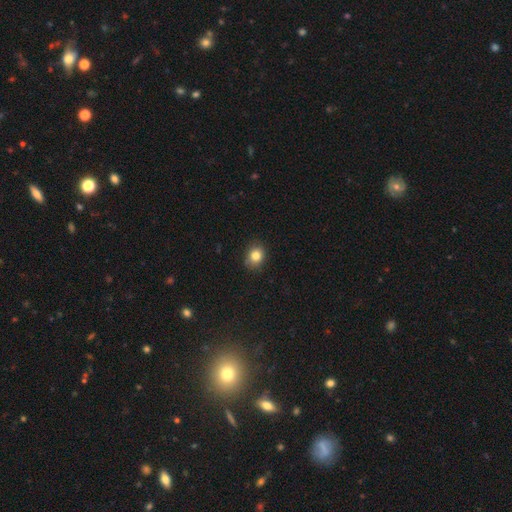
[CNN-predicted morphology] A smooth galaxy with no disk features (82%) that is round (64%).

Vote fractions:
- Smooth or featured? smooth: 82% / star or artifact: 11% / featured or disk: 7%
- How rounded? round: 64% / in between: 35% / cigar-shaped: 1%
- Merging? none: 85% / minor disturbance: 12% / major disturbance: 2% / merger: 1%